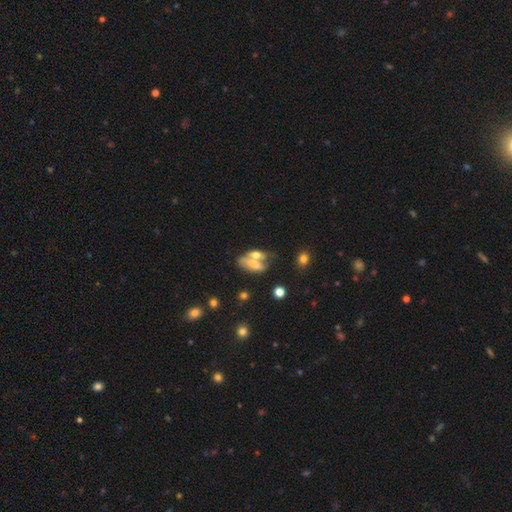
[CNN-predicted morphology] The model was most divided on "smooth or featured": smooth: 50%, featured or disk: 38%, star or artifact: 12%. More confident: how rounded — in between (67%); merging — merger (52%).